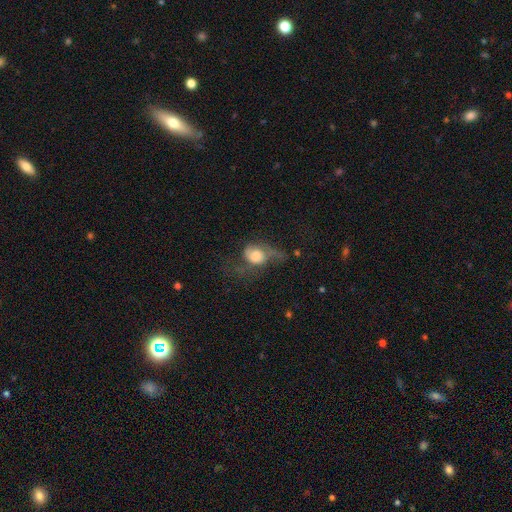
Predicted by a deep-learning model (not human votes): Overall: smooth (49%; featured or disk 41%). Merging: major disturbance (51%; none 23%).